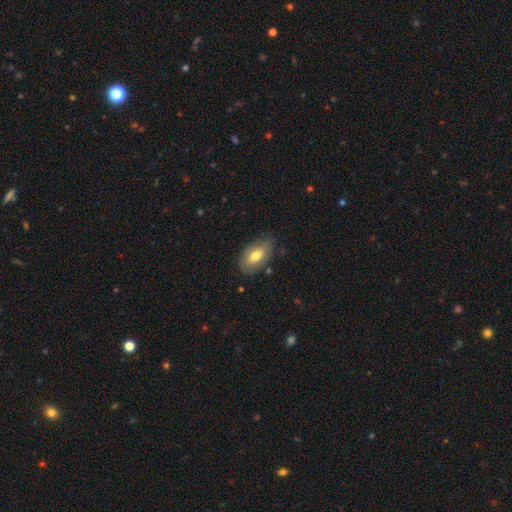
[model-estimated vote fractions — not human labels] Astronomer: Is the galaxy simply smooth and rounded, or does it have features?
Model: smooth — 69%.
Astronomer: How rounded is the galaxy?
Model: in between — 91%.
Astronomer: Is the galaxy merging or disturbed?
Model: none — 76%.